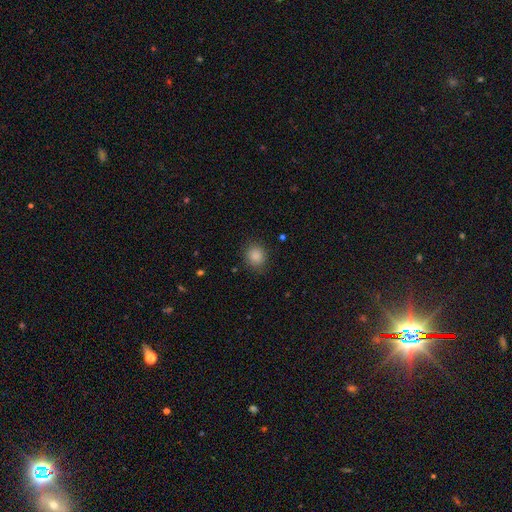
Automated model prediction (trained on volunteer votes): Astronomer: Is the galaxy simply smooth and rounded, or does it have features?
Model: smooth — 86%.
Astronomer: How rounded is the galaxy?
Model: round — 76%.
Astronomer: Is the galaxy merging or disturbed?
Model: none — 84%.